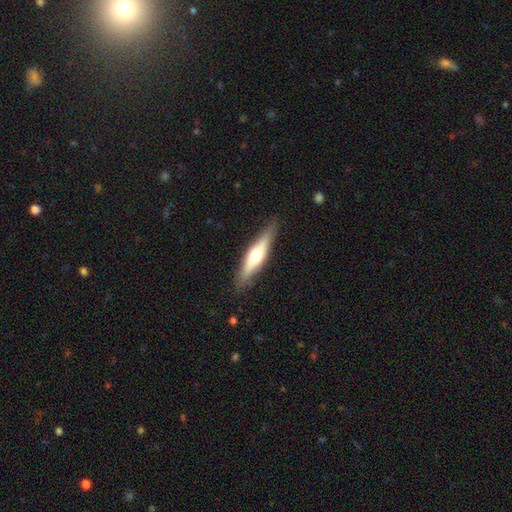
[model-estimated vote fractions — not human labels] A featured or disk galaxy (48%).

Vote fractions:
- Smooth or featured? featured or disk: 48% / smooth: 46% / star or artifact: 5%
- Merging? none: 84% / minor disturbance: 12% / major disturbance: 3% / merger: 1%